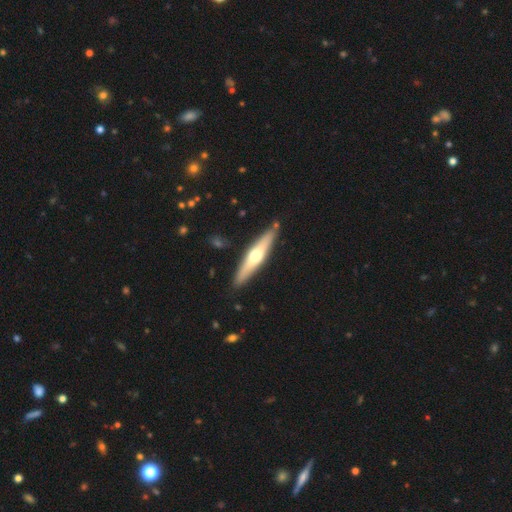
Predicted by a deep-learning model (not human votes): Smooth or featured? Predicted: featured or disk (p=0.54). Edge-on disk? Predicted: yes (p=0.92). Edge-on bulge? Predicted: rounded (p=0.91). Merging? Predicted: none (p=0.87).